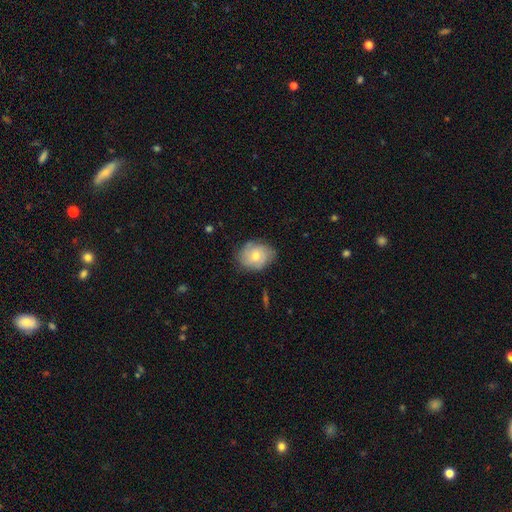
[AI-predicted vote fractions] The model was most divided on "how rounded": round: 53%, in between: 46%, cigar-shaped: 1%. More confident: merging — none (75%); smooth or featured — smooth (53%).